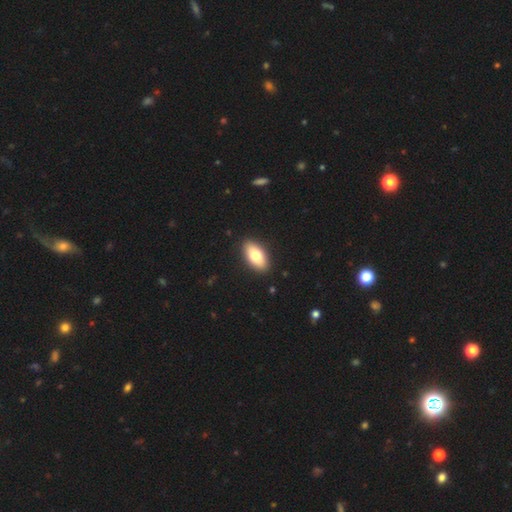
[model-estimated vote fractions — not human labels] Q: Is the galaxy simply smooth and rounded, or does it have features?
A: smooth — 76%.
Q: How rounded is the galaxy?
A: in between — 90%.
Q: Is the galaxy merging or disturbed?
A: none — 89%.